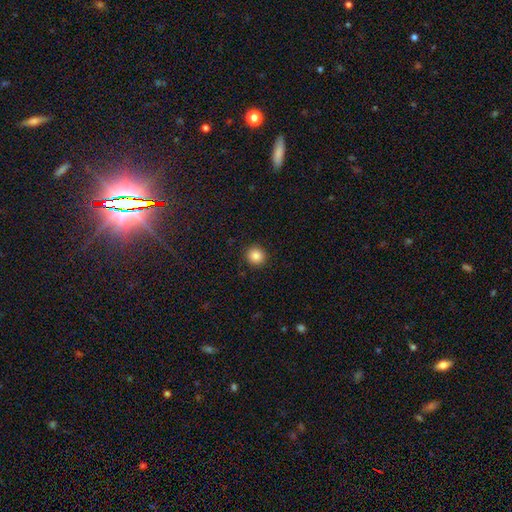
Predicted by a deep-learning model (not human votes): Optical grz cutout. It shows a smooth galaxy with no disk features (86%) that is round (93%). Merging: none (92%).